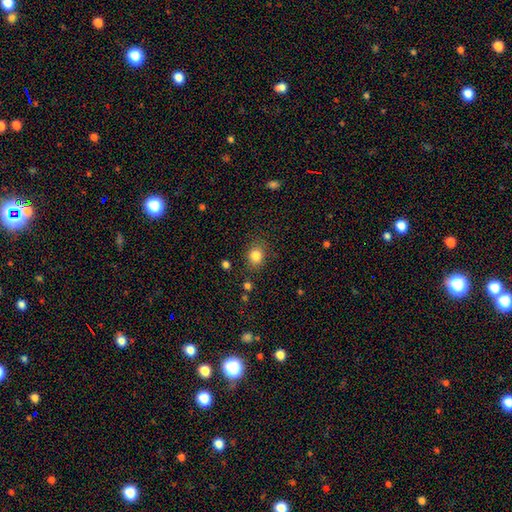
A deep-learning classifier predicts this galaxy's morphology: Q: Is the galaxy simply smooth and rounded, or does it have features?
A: smooth — 83%.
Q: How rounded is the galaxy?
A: round — 62%.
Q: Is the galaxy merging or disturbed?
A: none — 82%.